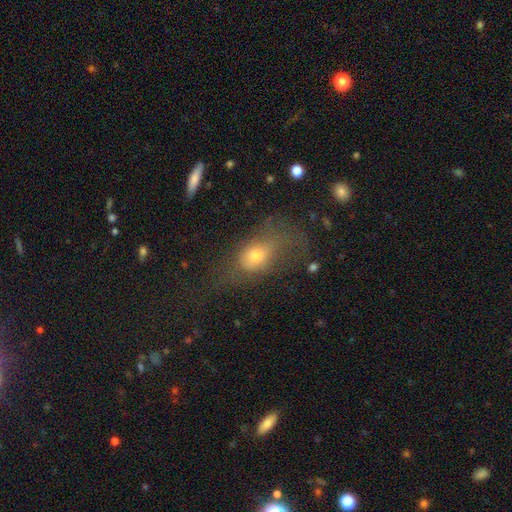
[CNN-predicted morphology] This appears to be a smooth galaxy with no disk features (63%) that is in between round and cigar-shaped (73%). Merging: major disturbance (43%).